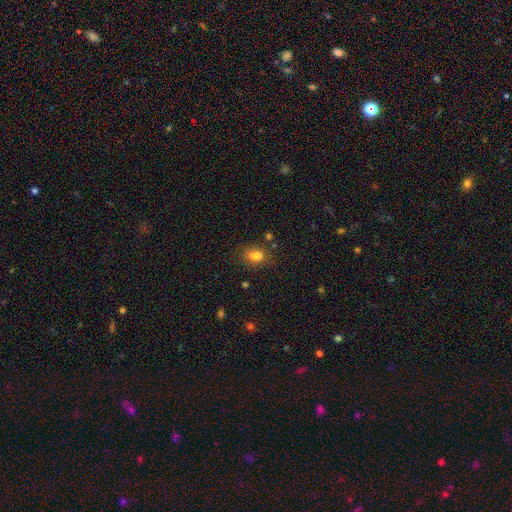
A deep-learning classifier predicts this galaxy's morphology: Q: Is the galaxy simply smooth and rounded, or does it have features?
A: smooth — 80%.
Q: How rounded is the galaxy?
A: in between — 72%.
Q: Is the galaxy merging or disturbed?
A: none — 70%.